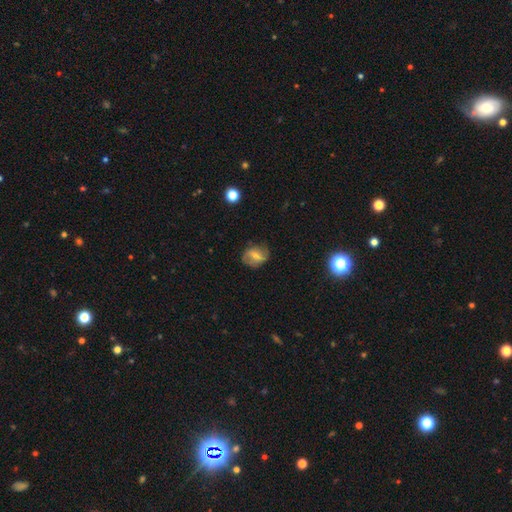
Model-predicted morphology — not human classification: The model was most divided on "smooth or featured": featured or disk: 51%, smooth: 40%, star or artifact: 9%. More confident: edge-on disk — no (95%); merging — none (71%).